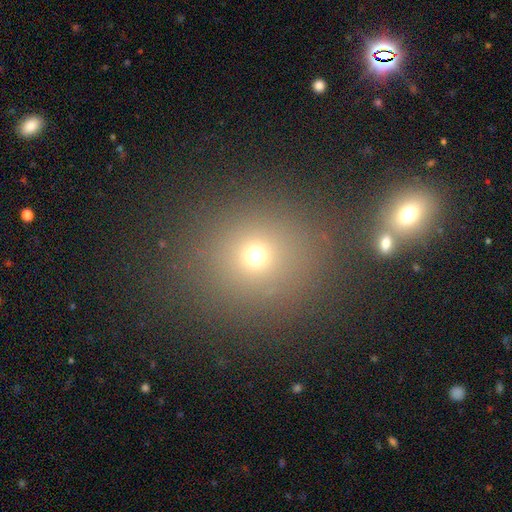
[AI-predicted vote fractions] The model was most divided on "smooth or featured": smooth: 68%, star or artifact: 23%, featured or disk: 9%. More confident: merging — none (83%); how rounded — round (83%).